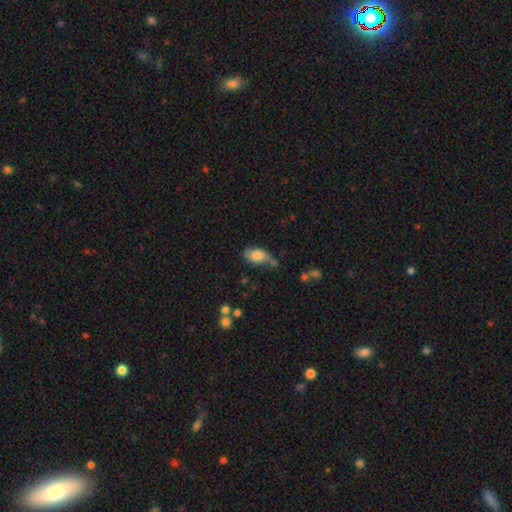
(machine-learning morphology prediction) smooth_or_featured: smooth (p=0.64) [alt: featured or disk p=0.27]
how_rounded: in between (p=0.89) [alt: round p=0.07]
merging: none (p=0.51) [alt: minor disturbance p=0.30]